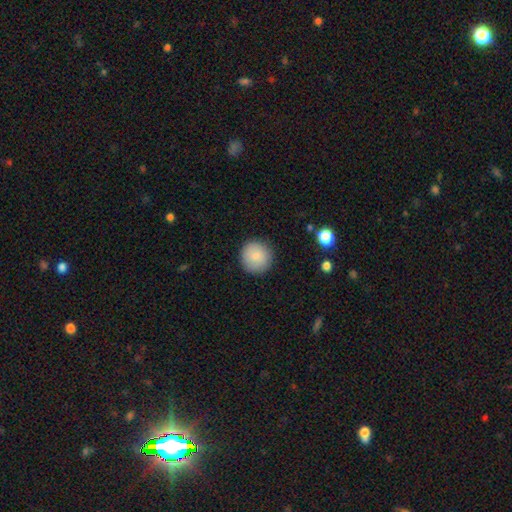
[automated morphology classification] A smooth galaxy with no disk features (86%) that is round (95%).

Vote fractions:
- Smooth or featured? smooth: 86% / star or artifact: 8% / featured or disk: 7%
- How rounded? round: 95% / in between: 4% / cigar-shaped: 1%
- Merging? none: 90% / minor disturbance: 7% / major disturbance: 2% / merger: 1%